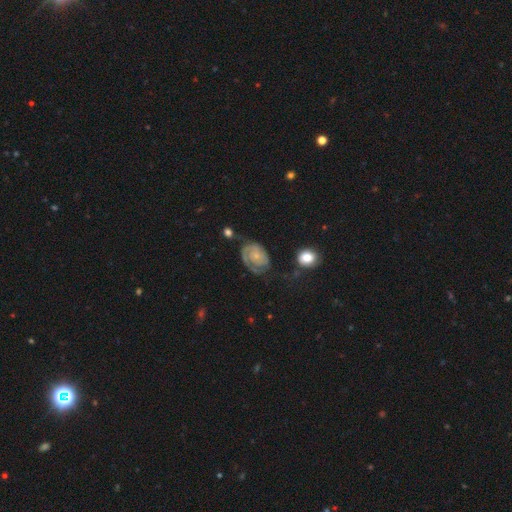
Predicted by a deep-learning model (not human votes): This is likely a featured or disk galaxy (78%). It is clearly not viewed edge-on (97%). Bar: likely no (74%). Spiral arm pattern: clearly yes (93%). Spiral arm count: possibly 2 (47%). Spiral winding: likely tight (63%). Central bulge: likely small (67%). Merging: possibly none (52%).